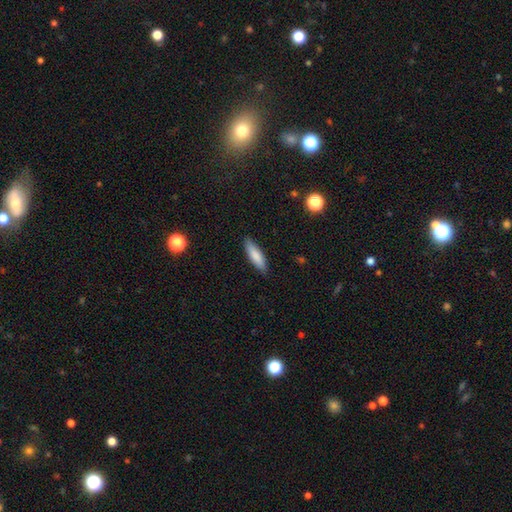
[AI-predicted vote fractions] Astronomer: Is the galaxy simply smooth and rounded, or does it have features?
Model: smooth — 84%.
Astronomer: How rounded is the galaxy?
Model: cigar-shaped — 59% (runner-up: in between, 40%).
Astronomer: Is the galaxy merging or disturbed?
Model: none — 87%.